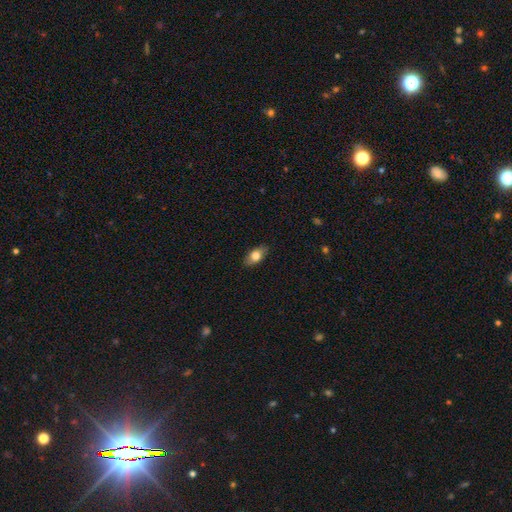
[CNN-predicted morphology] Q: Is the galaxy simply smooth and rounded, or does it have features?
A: smooth — 75%.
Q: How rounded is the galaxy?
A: in between — 88%.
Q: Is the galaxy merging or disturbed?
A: none — 86%.